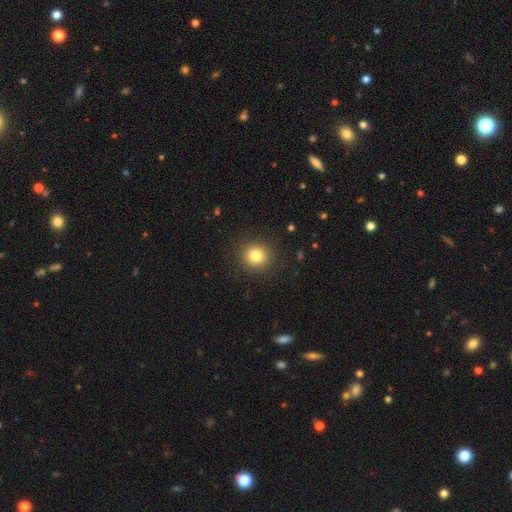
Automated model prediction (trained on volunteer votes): Smooth or featured? smooth (80%)
How rounded? round (90%)
Merging? none (91%)